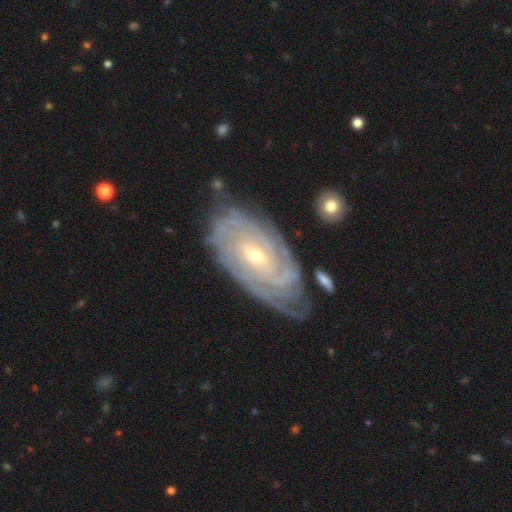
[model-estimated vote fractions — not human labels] Smooth or featured? Predicted: featured or disk (p=0.88). Edge-on disk? Predicted: no (p=0.94). Bar? Predicted: no (p=0.47). Spiral arms? Predicted: yes (p=0.96). Spiral winding? Predicted: tight (p=0.81). Spiral arm count? Predicted: can't tell (p=0.38). Bulge size? Predicted: small (p=0.57). Merging? Predicted: none (p=0.71).